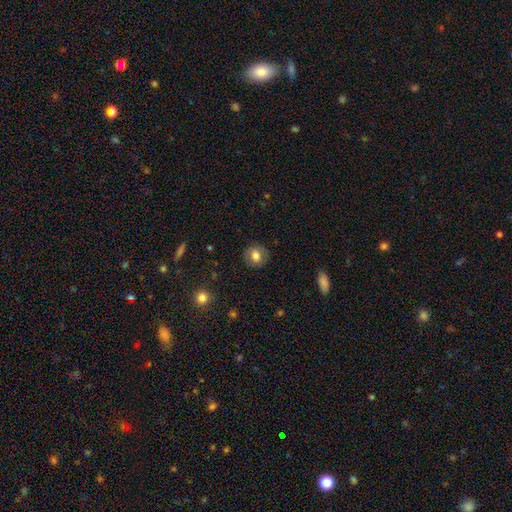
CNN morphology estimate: This appears to be a smooth galaxy with no disk features (75%) that is round (81%). Merging: none (87%).